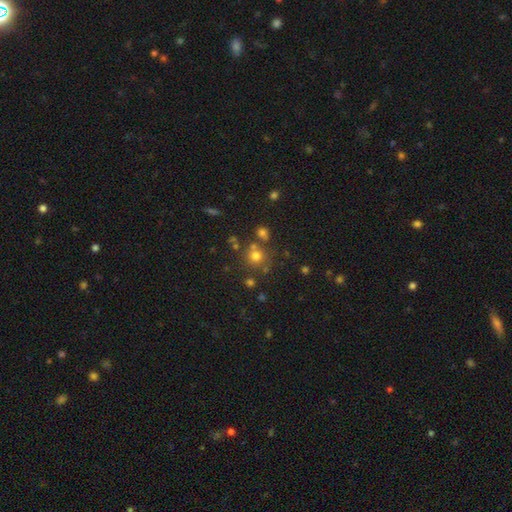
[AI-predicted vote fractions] This appears to be a smooth galaxy with no disk features (69%) that is round (90%). Merging: none (69%).